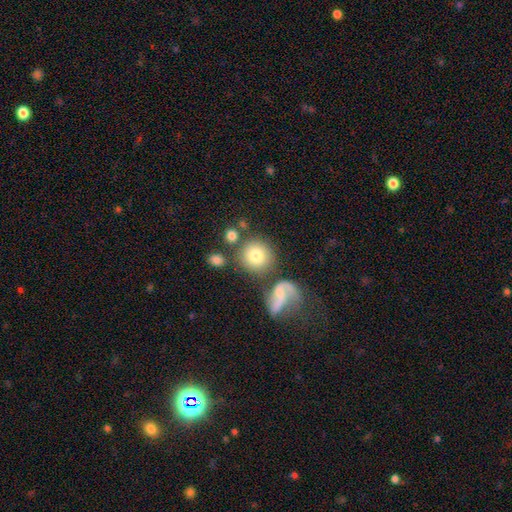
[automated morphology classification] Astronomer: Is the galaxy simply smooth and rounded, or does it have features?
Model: smooth — 75%.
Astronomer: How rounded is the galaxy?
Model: round — 92%.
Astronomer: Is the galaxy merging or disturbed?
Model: none — 68%.